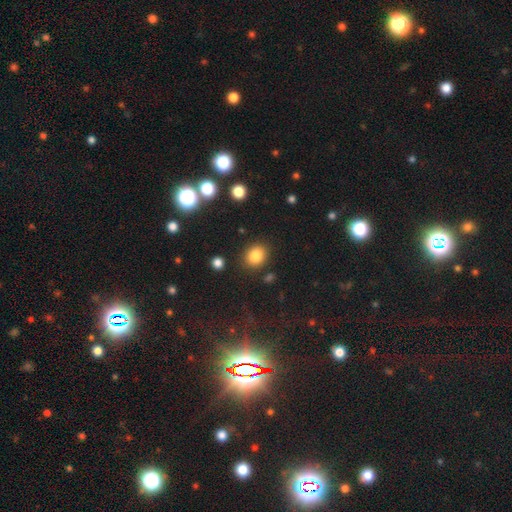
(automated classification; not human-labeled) smooth_or_featured: smooth (p=0.83) [alt: star or artifact p=0.11]
how_rounded: round (p=0.58) [alt: in between p=0.41]
merging: none (p=0.85) [alt: minor disturbance p=0.09]